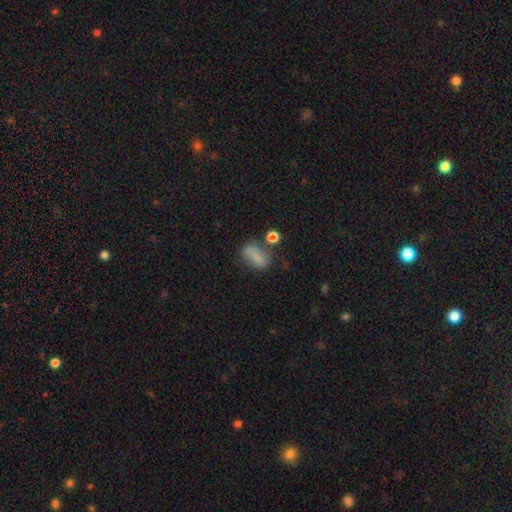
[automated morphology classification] Smooth or featured? smooth (72%)
How rounded? in between (81%)
Merging? none (56%)